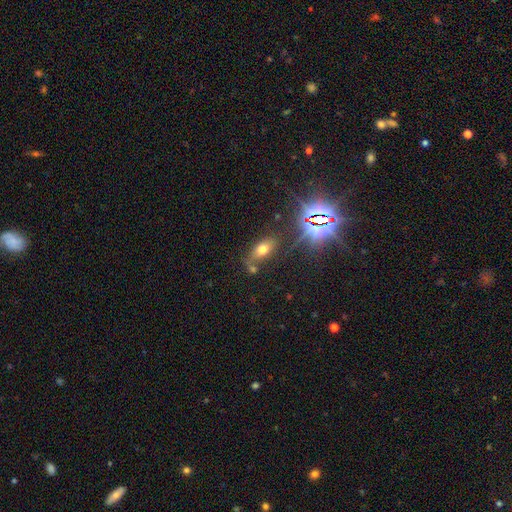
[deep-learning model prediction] Smooth or featured?
  - smooth: 50% *
  - star or artifact: 32%
  - featured or disk: 19%
Merging?
  - none: 66% *
  - minor disturbance: 15%
  - merger: 12%
  - major disturbance: 7%